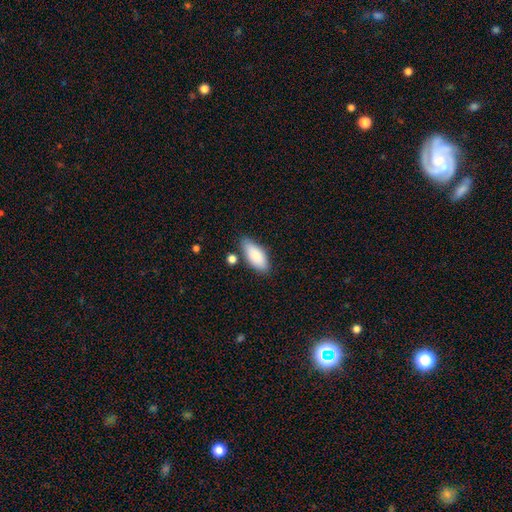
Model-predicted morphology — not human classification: This appears to be a smooth galaxy with no disk features (83%) that is in between round and cigar-shaped (85%). Merging: none (75%).